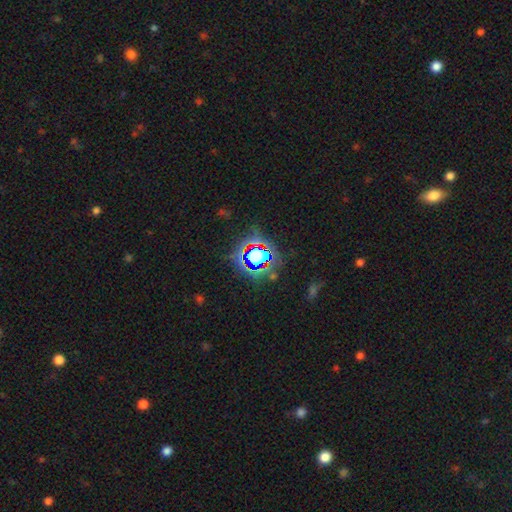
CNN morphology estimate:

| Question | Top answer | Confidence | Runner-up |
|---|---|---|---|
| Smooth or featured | star or artifact | 69% | smooth (19%) |